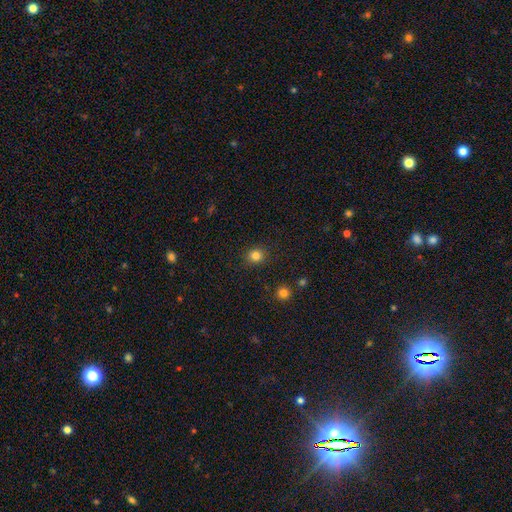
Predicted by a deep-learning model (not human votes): The model was most divided on "smooth or featured": smooth: 82%, star or artifact: 13%, featured or disk: 5%. More confident: merging — none (90%); how rounded — round (84%).